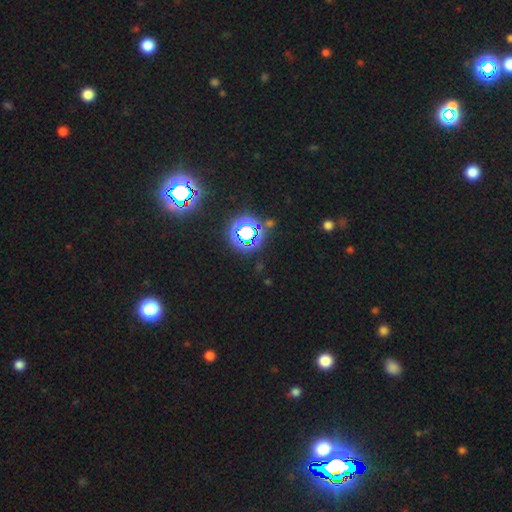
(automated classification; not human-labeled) Overall: star or artifact (78%).